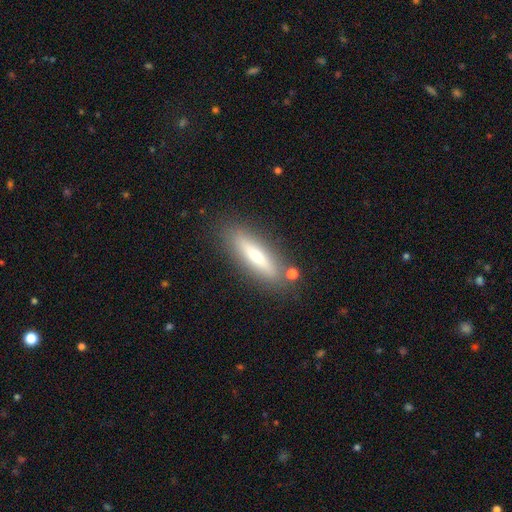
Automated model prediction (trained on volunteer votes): Smooth or featured? smooth (56%)
How rounded? cigar-shaped (75%)
Merging? none (83%)